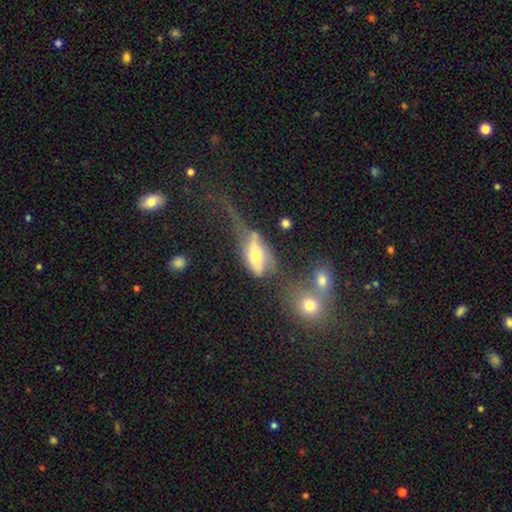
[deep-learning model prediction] Smooth or featured: smooth — 47% (featured or disk — 43%)
Merging: major disturbance — 44% (none — 20%)